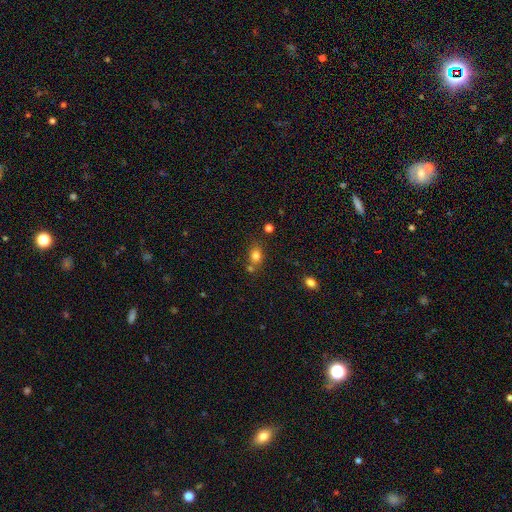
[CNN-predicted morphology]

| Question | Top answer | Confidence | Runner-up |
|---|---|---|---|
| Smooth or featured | smooth | 79% | star or artifact (12%) |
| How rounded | in between | 58% | round (41%) |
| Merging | none | 61% | merger (20%) |